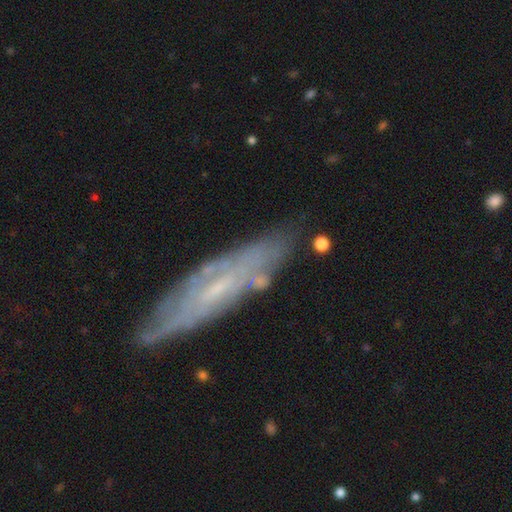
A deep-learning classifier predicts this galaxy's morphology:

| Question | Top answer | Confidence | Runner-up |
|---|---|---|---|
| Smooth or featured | featured or disk | 63% | smooth (29%) |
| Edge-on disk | no | 63% | yes (37%) |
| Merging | none | 64% | minor disturbance (22%) |